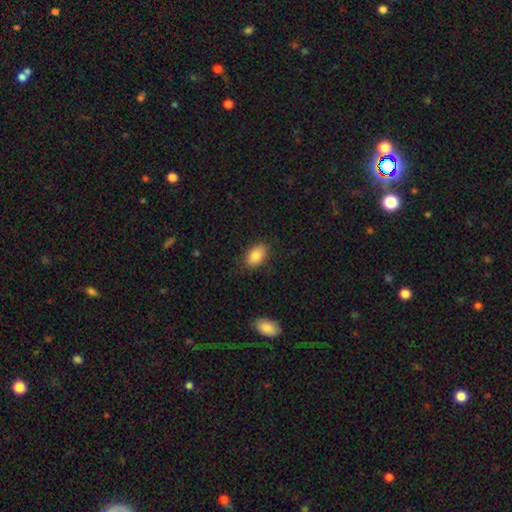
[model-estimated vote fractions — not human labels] A smooth galaxy with no disk features (85%) that is in between round and cigar-shaped (88%).

Vote fractions:
- Smooth or featured? smooth: 85% / star or artifact: 8% / featured or disk: 7%
- How rounded? in between: 88% / round: 11% / cigar-shaped: 2%
- Merging? none: 81% / minor disturbance: 14% / major disturbance: 3% / merger: 1%